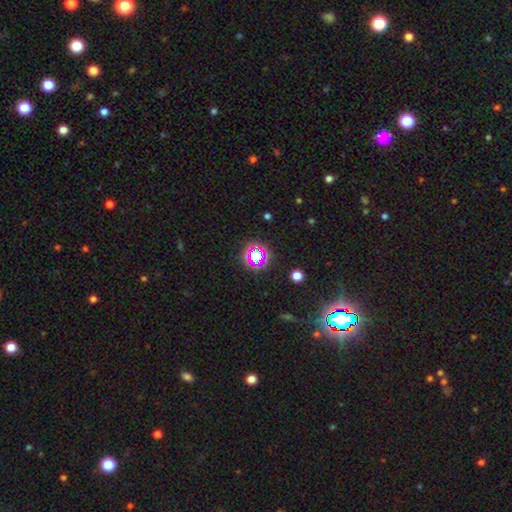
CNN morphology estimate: This is likely a star or artifact rather than a galaxy (64%).